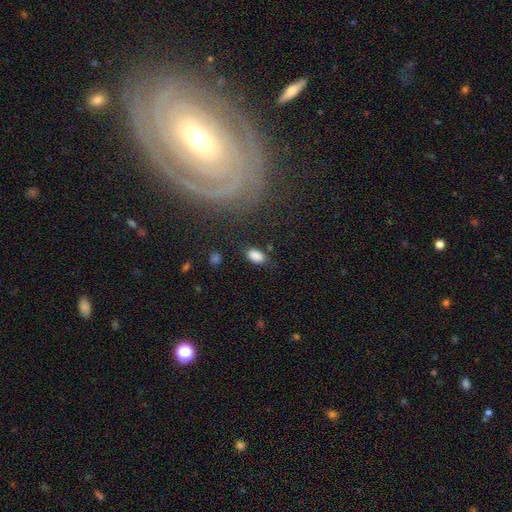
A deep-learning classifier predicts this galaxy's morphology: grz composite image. It shows a smooth galaxy with no disk features (86%) that is in between round and cigar-shaped (91%). Merging: none (76%).